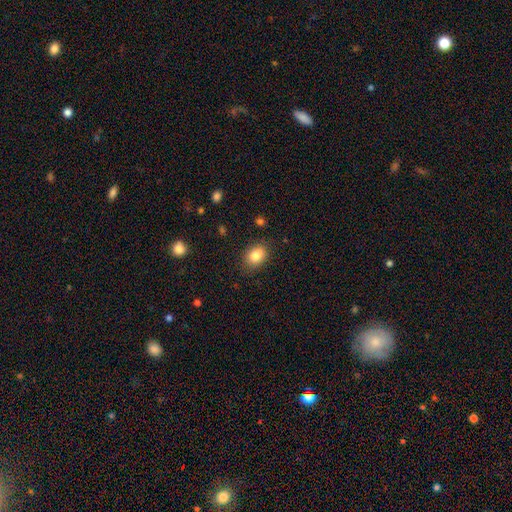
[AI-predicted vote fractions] Q: Smooth or featured?
A: smooth (84%); runner-up: star or artifact (9%)
Q: How rounded?
A: in between (69%); runner-up: round (30%)
Q: Merging?
A: none (82%); runner-up: minor disturbance (13%)